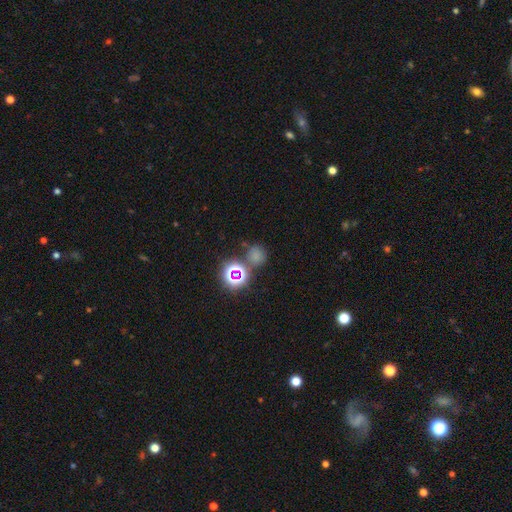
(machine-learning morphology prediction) Smooth or featured?
  - smooth: 59% *
  - star or artifact: 34%
  - featured or disk: 7%
How rounded?
  - round: 83% *
  - in between: 15%
  - cigar-shaped: 1%
Merging?
  - none: 65% *
  - merger: 16%
  - minor disturbance: 13%
  - major disturbance: 6%